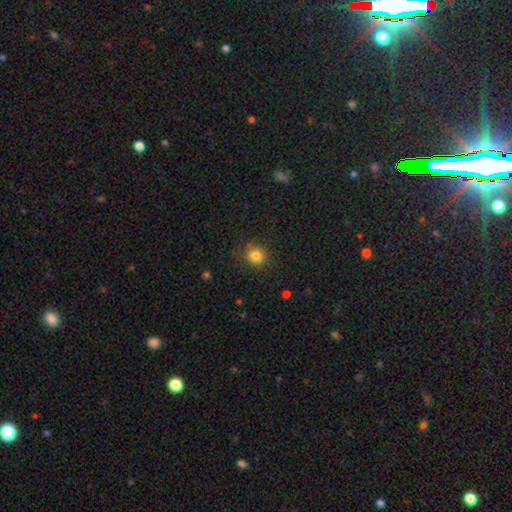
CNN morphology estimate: smooth-or-featured: smooth: 83% | star or artifact: 12% | featured or disk: 5%
  how-rounded: round: 86% | in between: 13% | cigar-shaped: 1%
  merging: none: 83% | minor disturbance: 12% | major disturbance: 4% | merger: 1%